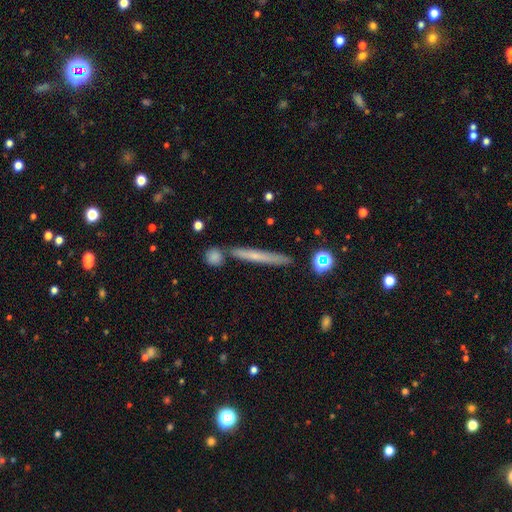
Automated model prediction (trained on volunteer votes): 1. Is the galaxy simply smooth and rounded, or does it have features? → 51% smooth, 40% featured or disk, 8% star or artifact.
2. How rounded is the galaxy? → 95% cigar-shaped, 3% in between, 2% round.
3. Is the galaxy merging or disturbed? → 80% none, 10% minor disturbance, 7% merger, 2% major disturbance.